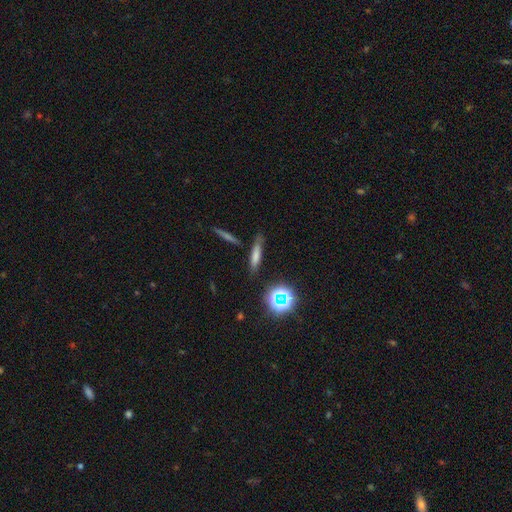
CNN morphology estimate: Smooth or featured: smooth — 66% (star or artifact — 18%)
How rounded: cigar-shaped — 71% (in between — 22%)
Merging: none — 72% (minor disturbance — 17%)